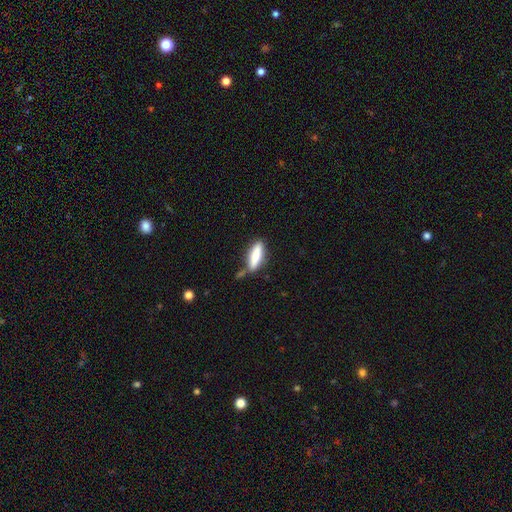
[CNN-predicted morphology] smooth 78%, featured or disk 16%, star or artifact 6%. Down the decision tree: how rounded — cigar-shaped (59%); merging — none (66%).